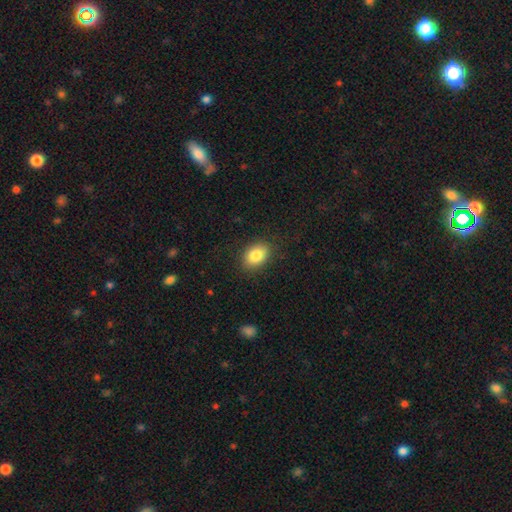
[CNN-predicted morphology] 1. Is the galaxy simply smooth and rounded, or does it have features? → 84% smooth, 8% star or artifact, 7% featured or disk.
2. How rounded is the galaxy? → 78% in between, 21% round, 1% cigar-shaped.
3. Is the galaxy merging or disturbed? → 87% none, 9% minor disturbance, 3% major disturbance, 1% merger.